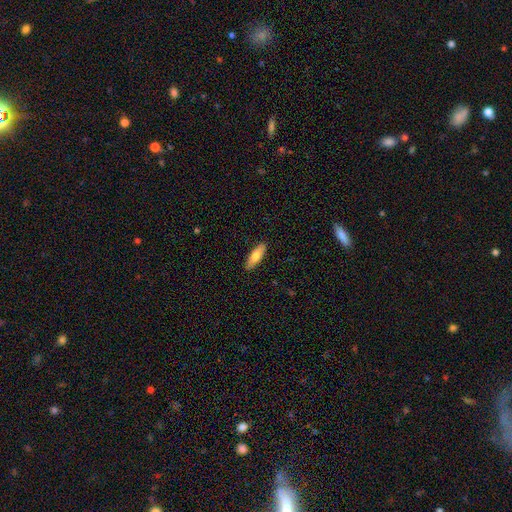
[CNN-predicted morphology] This appears to be a smooth galaxy with no disk features (73%) that is in between round and cigar-shaped (57%). Merging: none (90%).